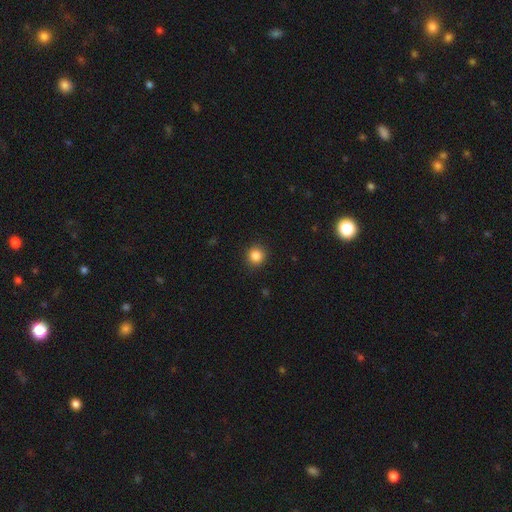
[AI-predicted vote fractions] Smooth or featured? smooth (85%)
How rounded? round (92%)
Merging? none (90%)